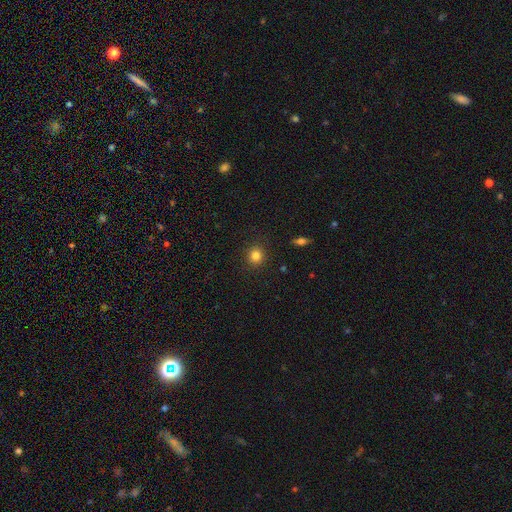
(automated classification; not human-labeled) smooth 83%, star or artifact 12%, featured or disk 5%. Down the decision tree: how rounded — round (89%); merging — none (90%).